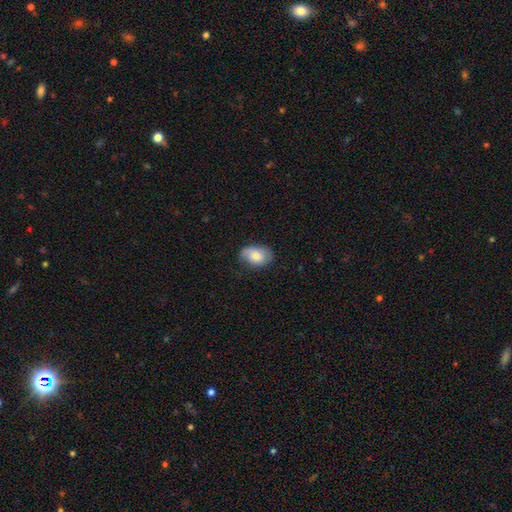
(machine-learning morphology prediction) Smooth or featured: smooth — 71% (featured or disk — 22%)
How rounded: in between — 87% (round — 12%)
Merging: none — 66% (minor disturbance — 26%)